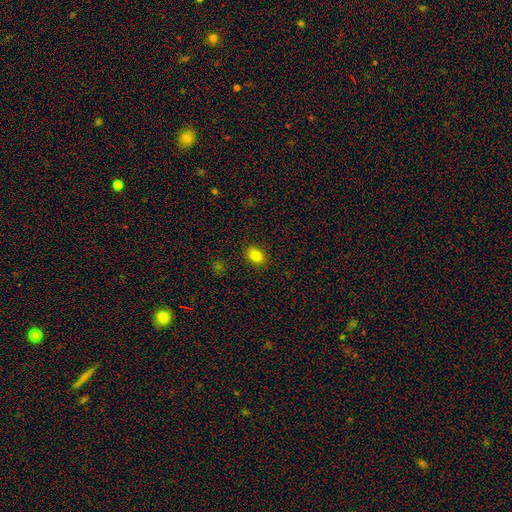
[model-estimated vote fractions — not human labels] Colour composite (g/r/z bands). It shows a smooth galaxy with no disk features (83%) that is in between round and cigar-shaped (66%). Merging: none (89%).